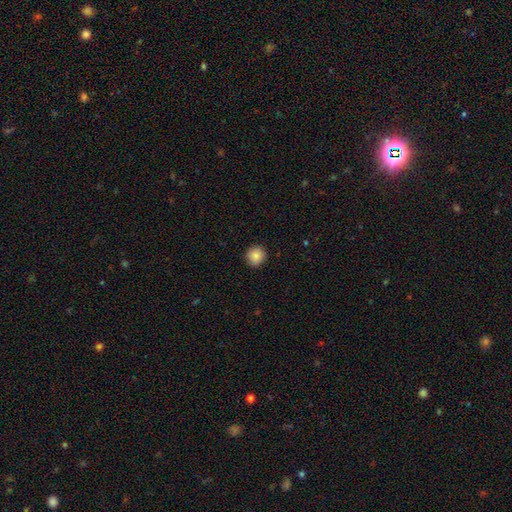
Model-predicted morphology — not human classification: Smooth or featured? smooth (86%)
How rounded? round (92%)
Merging? none (91%)